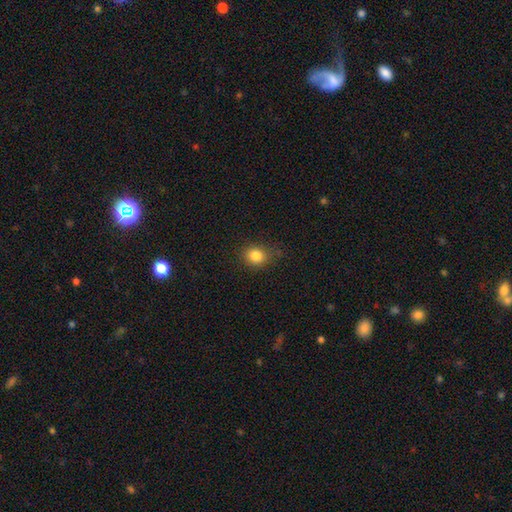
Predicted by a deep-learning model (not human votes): Overall: smooth (84%). How rounded: round (72%). Merging: none (79%).